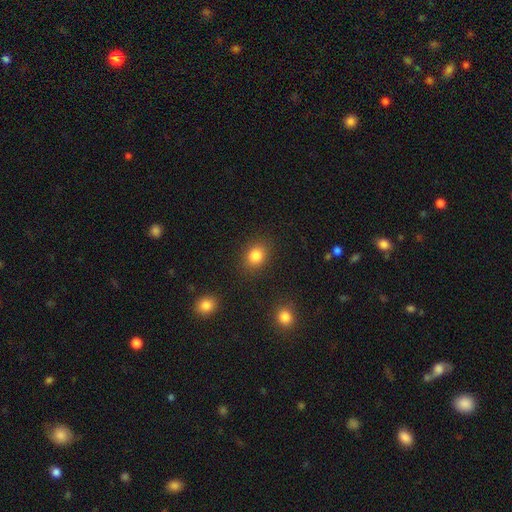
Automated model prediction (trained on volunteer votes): Overall: smooth (84%). How rounded: round (51%; in between 48%). Merging: none (85%).